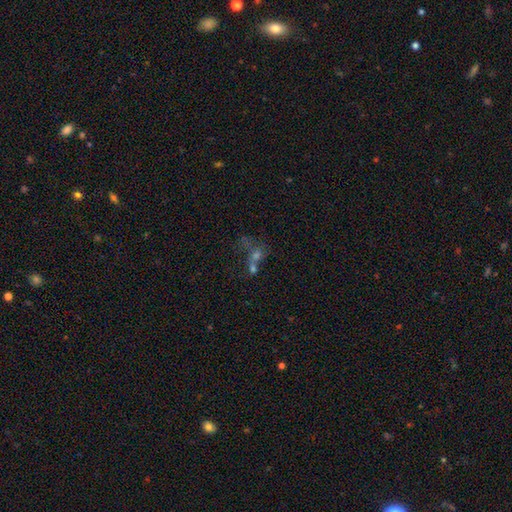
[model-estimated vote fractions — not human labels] Smooth or featured? smooth (44%)
Merging? merger (53%)